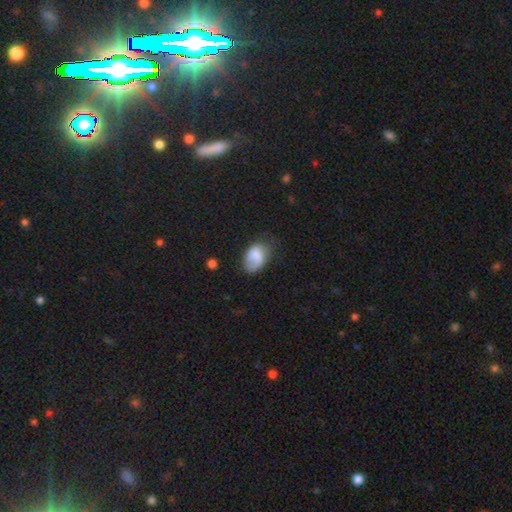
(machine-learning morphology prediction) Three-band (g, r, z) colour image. It shows a smooth galaxy with no disk features (74%) that is in between round and cigar-shaped (84%). Merging: none (50%).